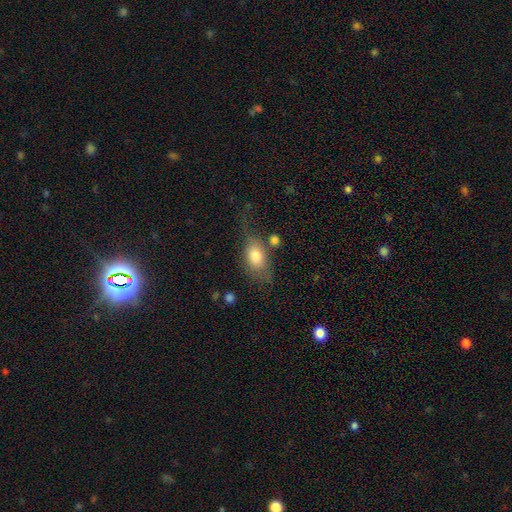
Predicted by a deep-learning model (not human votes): smooth 76%, featured or disk 17%, star or artifact 8%. Down the decision tree: how rounded — in between (84%); merging — none (44%).